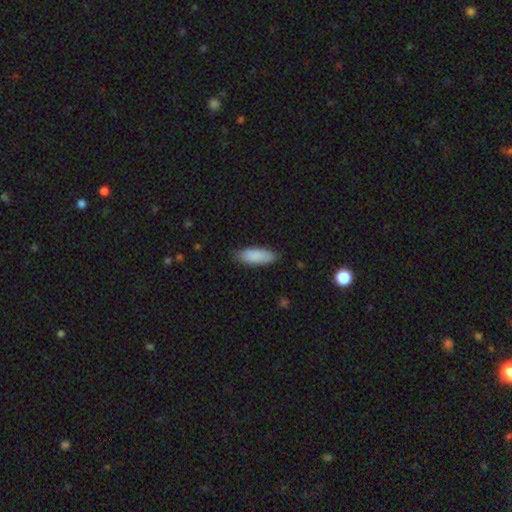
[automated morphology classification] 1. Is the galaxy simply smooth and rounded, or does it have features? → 88% smooth, 7% featured or disk, 6% star or artifact.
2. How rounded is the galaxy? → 71% in between, 27% cigar-shaped, 2% round.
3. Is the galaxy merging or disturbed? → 81% none, 15% minor disturbance, 2% major disturbance, 1% merger.